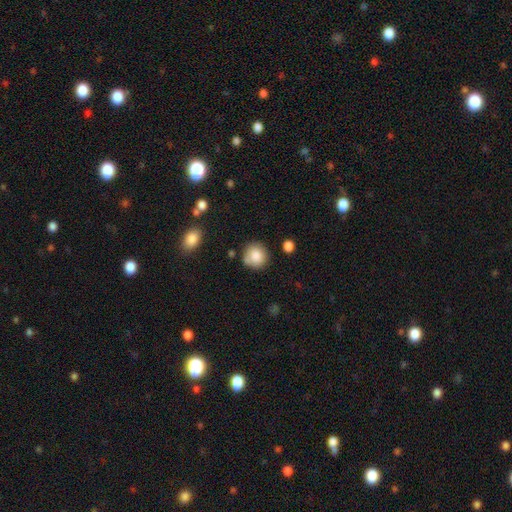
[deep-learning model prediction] This appears to be a smooth galaxy with no disk features (83%) that is round (89%). Merging: none (74%).